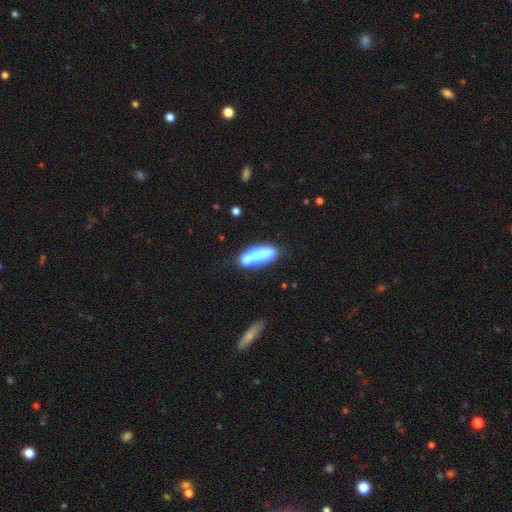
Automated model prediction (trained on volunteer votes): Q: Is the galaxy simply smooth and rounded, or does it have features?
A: smooth — 46%.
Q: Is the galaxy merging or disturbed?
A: none — 43%.